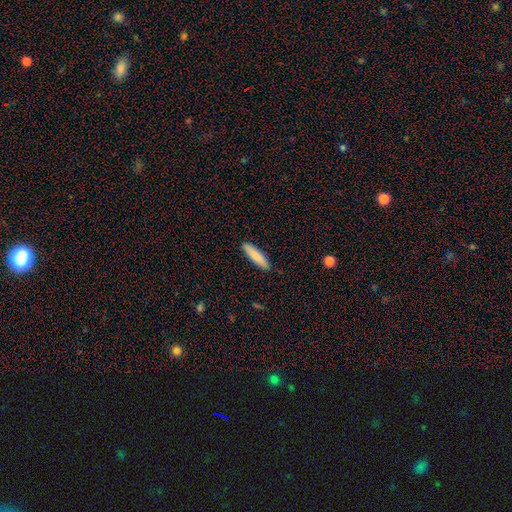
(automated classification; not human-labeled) Smooth or featured: smooth — 84% (featured or disk — 10%)
How rounded: cigar-shaped — 75% (in between — 24%)
Merging: none — 90% (minor disturbance — 7%)